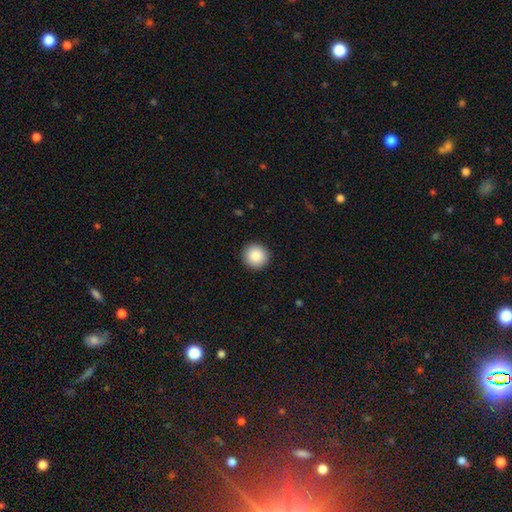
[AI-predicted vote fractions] Smooth or featured?
  - smooth: 88% *
  - star or artifact: 8%
  - featured or disk: 4%
How rounded?
  - round: 95% *
  - in between: 4%
  - cigar-shaped: 1%
Merging?
  - none: 93% *
  - minor disturbance: 5%
  - major disturbance: 2%
  - merger: 1%